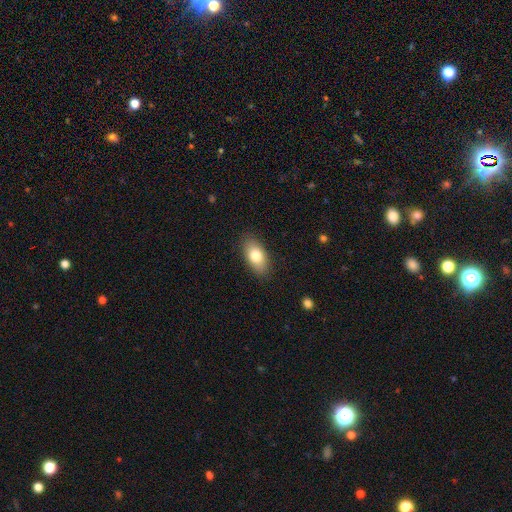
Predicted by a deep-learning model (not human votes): smooth-or-featured: smooth: 79% | featured or disk: 14% | star or artifact: 7%
  how-rounded: in between: 91% | cigar-shaped: 5% | round: 4%
  merging: none: 87% | minor disturbance: 10% | major disturbance: 2% | merger: 1%